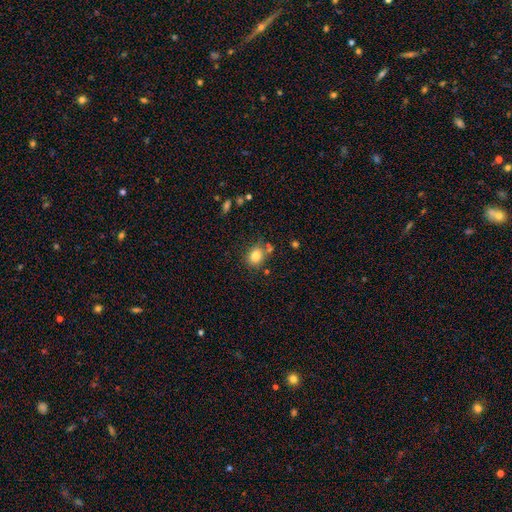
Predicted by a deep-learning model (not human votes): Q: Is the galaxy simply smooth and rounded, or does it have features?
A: smooth — 82%.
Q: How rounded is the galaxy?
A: round — 59%.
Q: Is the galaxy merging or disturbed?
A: none — 72%.